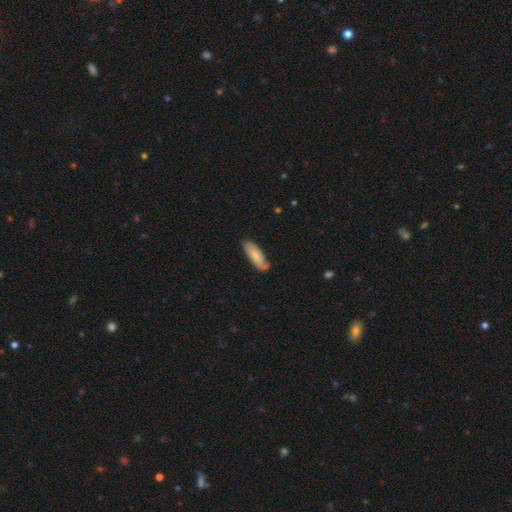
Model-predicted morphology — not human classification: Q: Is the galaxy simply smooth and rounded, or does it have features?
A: smooth — 70%.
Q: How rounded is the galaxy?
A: in between — 59%.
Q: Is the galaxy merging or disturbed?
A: none — 70%.